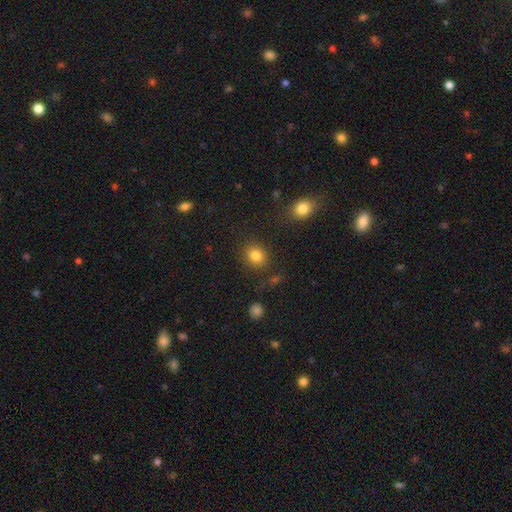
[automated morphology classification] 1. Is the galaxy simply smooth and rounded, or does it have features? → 83% smooth, 11% star or artifact, 6% featured or disk.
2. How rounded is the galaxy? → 70% round, 29% in between, 1% cigar-shaped.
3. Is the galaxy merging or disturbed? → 82% none, 10% minor disturbance, 4% merger, 4% major disturbance.